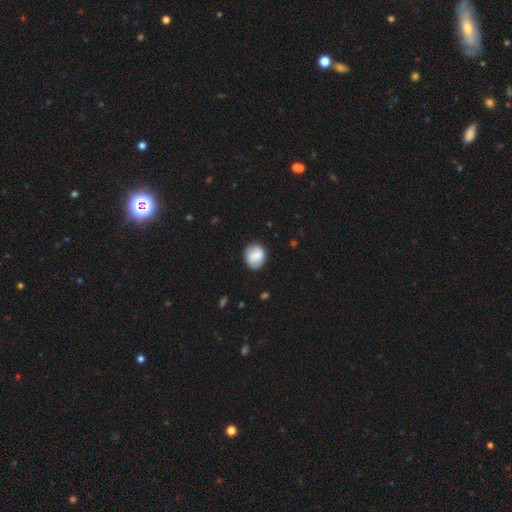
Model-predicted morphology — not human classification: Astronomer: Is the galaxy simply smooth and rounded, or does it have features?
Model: smooth — 75%.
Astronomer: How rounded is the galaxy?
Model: round — 66%.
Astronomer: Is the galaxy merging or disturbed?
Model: none — 81%.